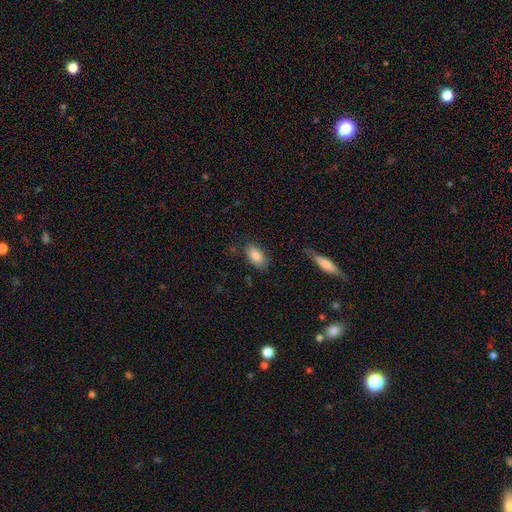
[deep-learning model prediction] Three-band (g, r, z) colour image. It shows a smooth galaxy with no disk features (86%) that is in between round and cigar-shaped (93%). Merging: none (79%).